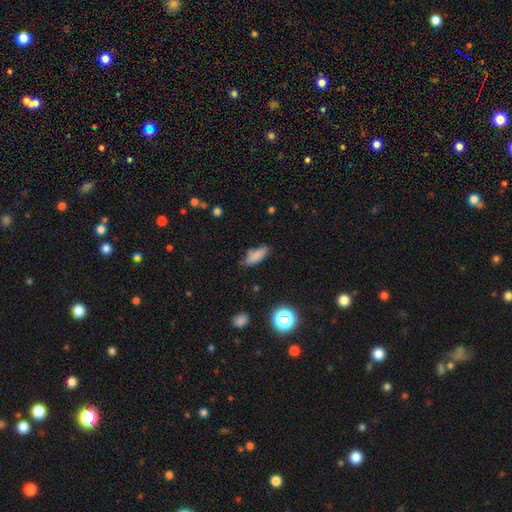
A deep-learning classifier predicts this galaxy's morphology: Smooth or featured? smooth (79%)
How rounded? in between (65%)
Merging? none (67%)